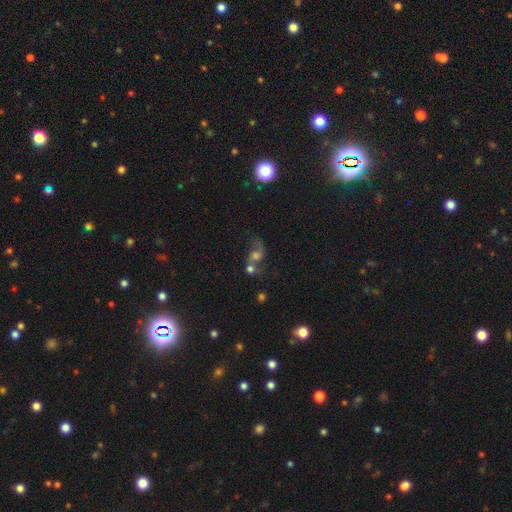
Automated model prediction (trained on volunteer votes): Q: Smooth or featured?
A: featured or disk (52%); runner-up: smooth (33%)
Q: Edge-on disk?
A: no (96%); runner-up: yes (4%)
Q: Bar?
A: no (70%); runner-up: weak (25%)
Q: Spiral arms?
A: yes (80%); runner-up: no (20%)
Q: Bulge size?
A: moderate (41%); runner-up: large (25%)
Q: Merging?
A: merger (50%); runner-up: none (27%)